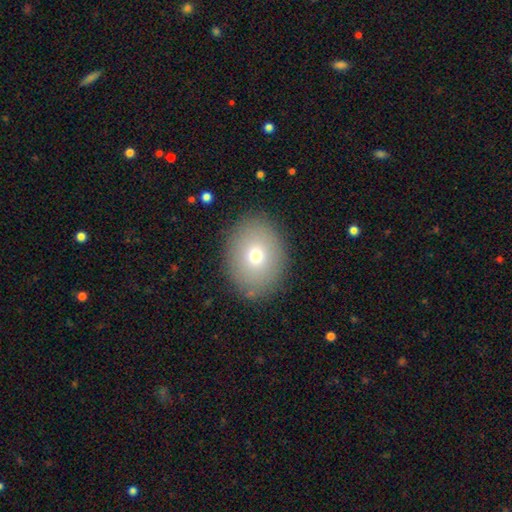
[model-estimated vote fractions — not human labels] smooth 73%, featured or disk 16%, star or artifact 11%. Down the decision tree: how rounded — in between (56%); merging — none (87%).